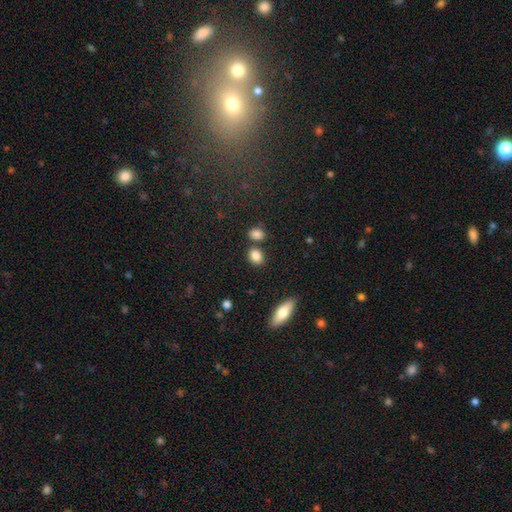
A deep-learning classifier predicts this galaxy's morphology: smooth_or_featured: smooth (p=0.85) [alt: star or artifact p=0.10]
how_rounded: in between (p=0.62) [alt: round p=0.35]
merging: none (p=0.72) [alt: merger p=0.14]